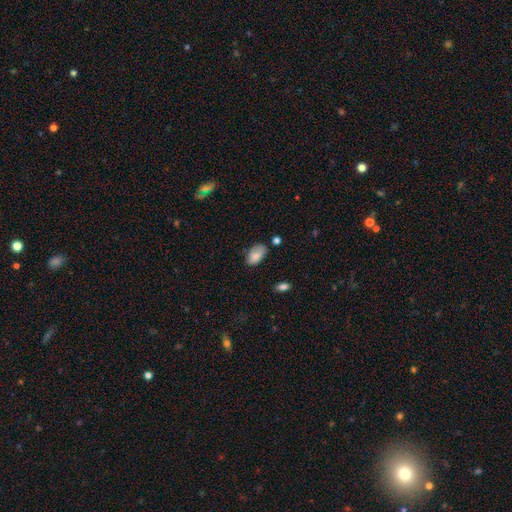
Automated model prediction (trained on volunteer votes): This appears to be a smooth galaxy with no disk features (82%) that is in between round and cigar-shaped (94%). Merging: none (62%).